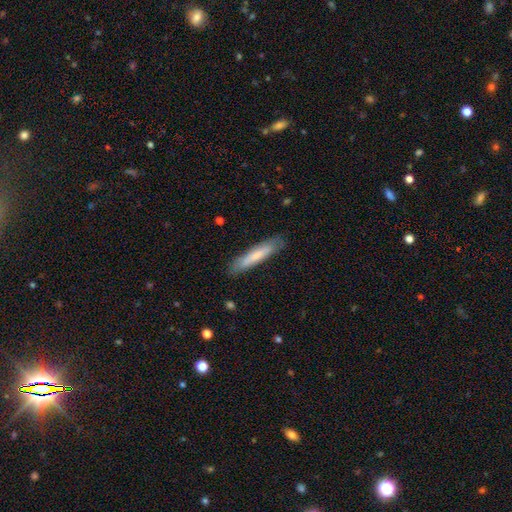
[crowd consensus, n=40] Smooth or featured?
  - smooth: 57% *
  - featured or disk: 40%
  - star or artifact: 2%
How rounded?
  - cigar-shaped: 87% *
  - in between: 13%
  - round: 0%
Merging?
  - none: 87% *
  - minor disturbance: 10%
  - major disturbance: 3%
  - merger: 0%